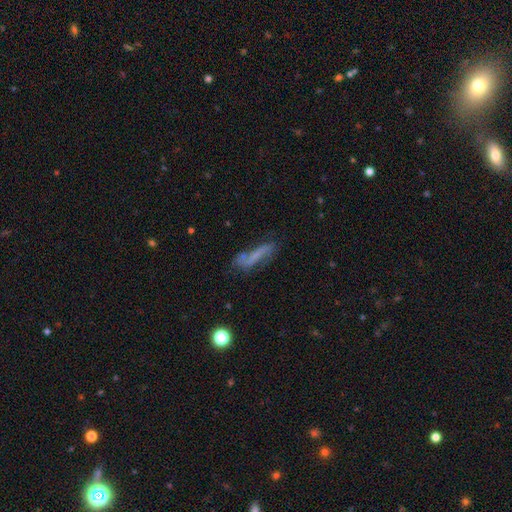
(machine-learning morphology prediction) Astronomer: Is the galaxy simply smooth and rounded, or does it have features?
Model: featured or disk — 45% (runner-up: smooth, 43%).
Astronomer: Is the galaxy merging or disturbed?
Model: none — 51%.